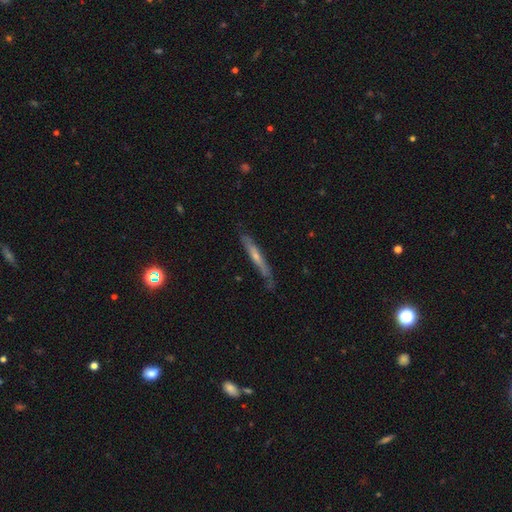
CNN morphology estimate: Smooth or featured? featured or disk (57%)
Edge-on disk? yes (88%)
Edge-on bulge? none (48%)
Merging? none (74%)